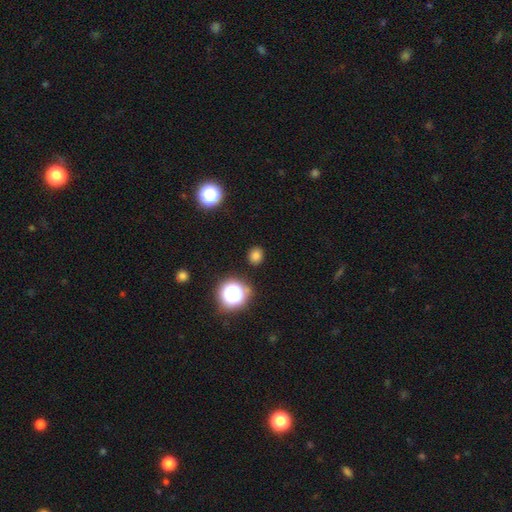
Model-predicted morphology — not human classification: Overall: smooth (77%). How rounded: round (78%). Merging: none (89%).